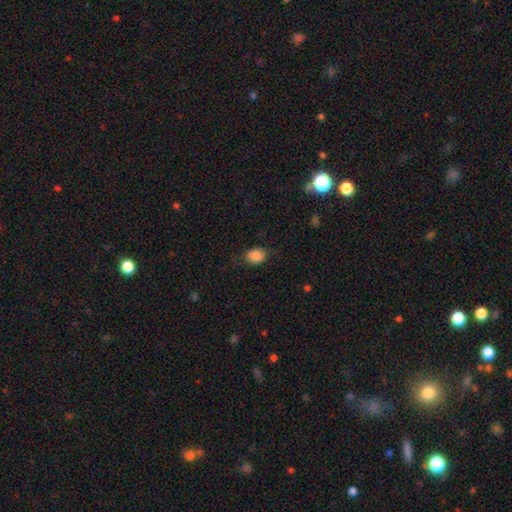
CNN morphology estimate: Smooth or featured? smooth (86%)
How rounded? in between (61%)
Merging? none (73%)